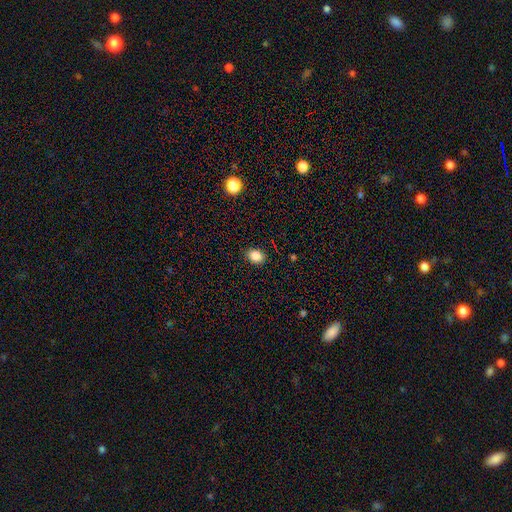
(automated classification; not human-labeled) Overall: smooth (85%). How rounded: in between (58%; round 41%). Merging: none (87%).